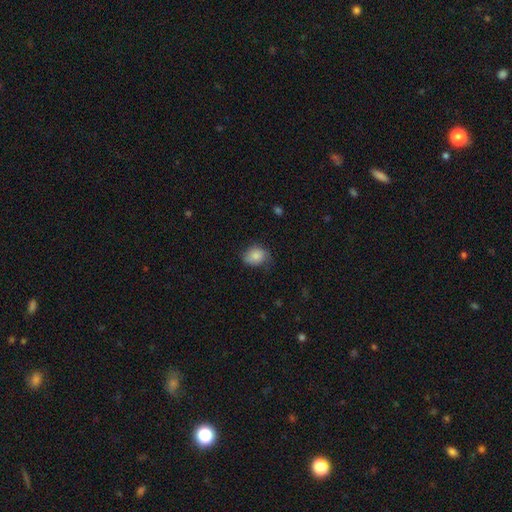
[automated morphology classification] Overall: smooth (82%). How rounded: in between (56%; round 43%). Merging: none (60%; minor disturbance 31%).